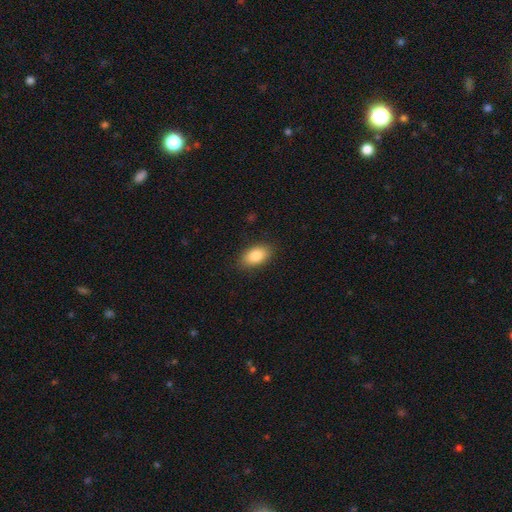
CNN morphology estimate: type=smooth (85%); roundness=in between (92%); merging=none (87%).